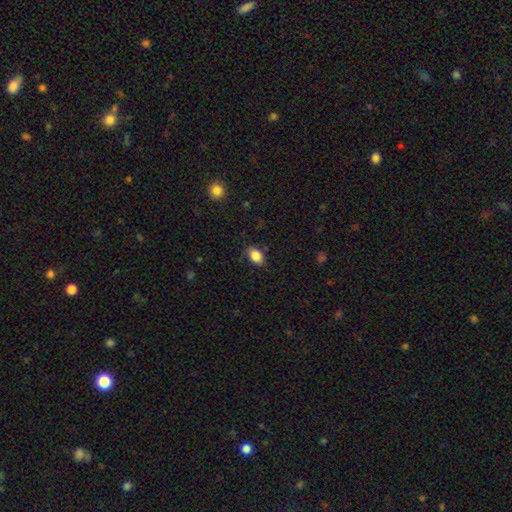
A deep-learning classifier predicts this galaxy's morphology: A smooth galaxy with no disk features (86%) that is in between round and cigar-shaped (85%). Merging: none (82%).